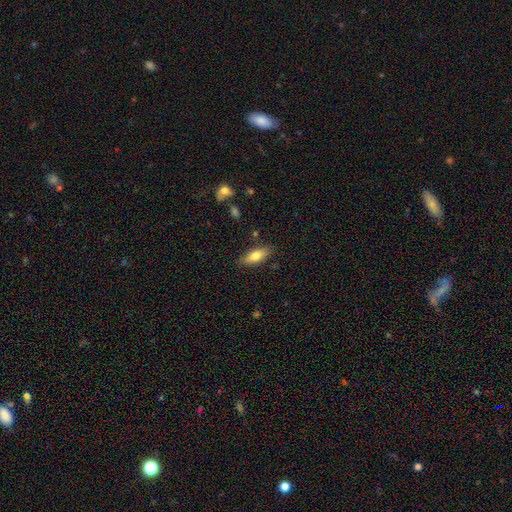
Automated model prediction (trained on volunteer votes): Smooth or featured?
  - smooth: 73% *
  - featured or disk: 20%
  - star or artifact: 6%
How rounded?
  - in between: 70% *
  - cigar-shaped: 27%
  - round: 2%
Merging?
  - none: 83% *
  - minor disturbance: 12%
  - major disturbance: 2%
  - merger: 2%